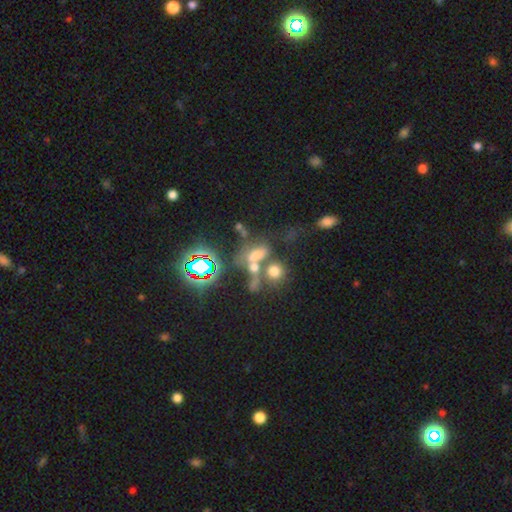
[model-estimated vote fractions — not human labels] A star or artifact, not a galaxy (71%).